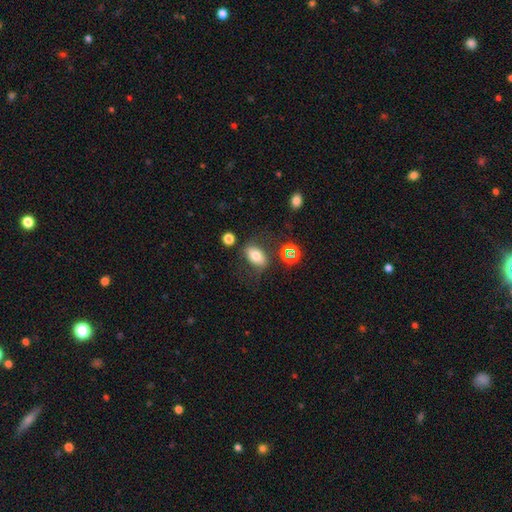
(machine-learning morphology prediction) type=smooth (69%); roundness=in between (87%); merging=none (67%).